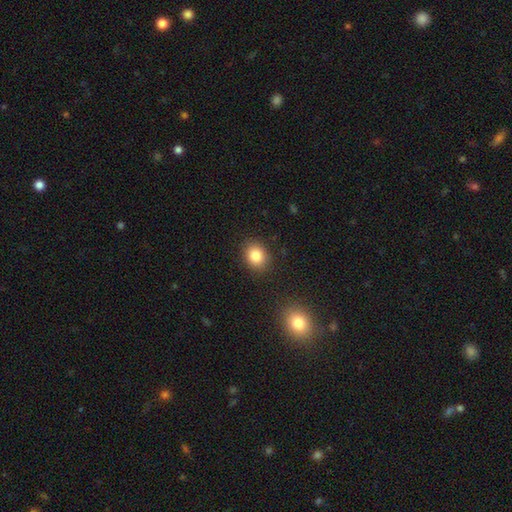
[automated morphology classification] A smooth galaxy with no disk features (84%) that is round (58%). Merging: none (87%).